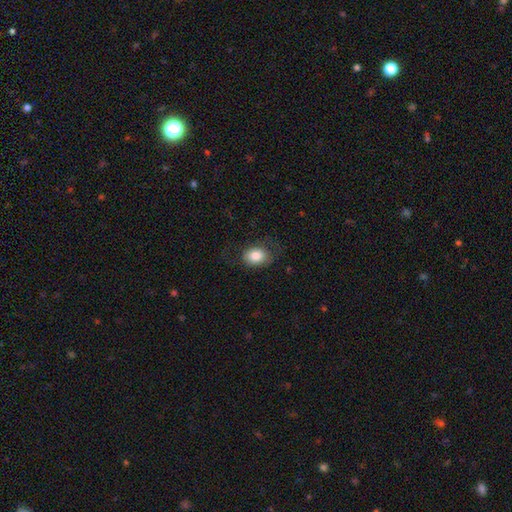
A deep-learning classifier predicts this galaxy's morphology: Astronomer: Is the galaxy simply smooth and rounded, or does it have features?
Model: smooth — 83%.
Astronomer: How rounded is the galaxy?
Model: in between — 68%.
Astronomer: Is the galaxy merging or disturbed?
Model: none — 65%.